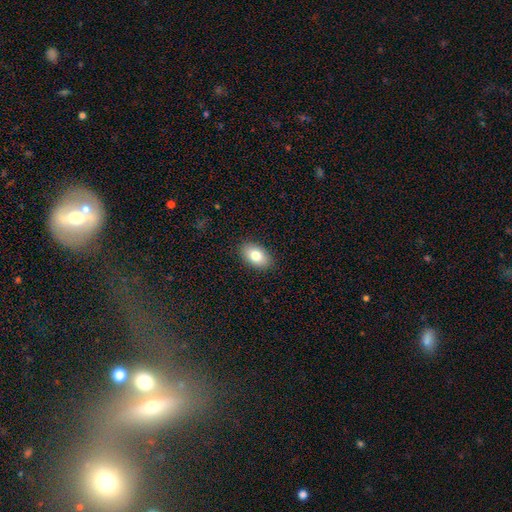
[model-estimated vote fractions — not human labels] smooth_or_featured: smooth (p=0.81) [alt: featured or disk p=0.12]
how_rounded: in between (p=0.91) [alt: round p=0.07]
merging: none (p=0.88) [alt: minor disturbance p=0.09]